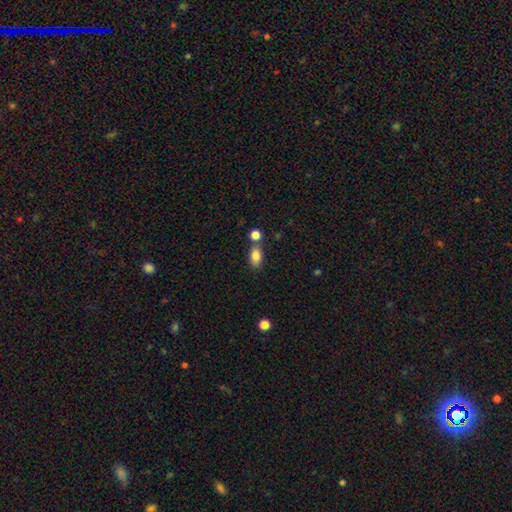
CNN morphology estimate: smooth 84%, star or artifact 9%, featured or disk 7%. Down the decision tree: how rounded — in between (84%); merging — none (65%).